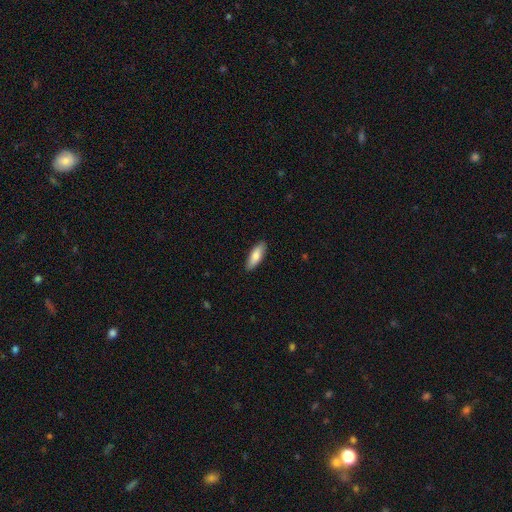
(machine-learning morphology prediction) The model was most divided on "how rounded": in between: 60%, cigar-shaped: 38%, round: 2%. More confident: merging — none (88%); smooth or featured — smooth (81%).